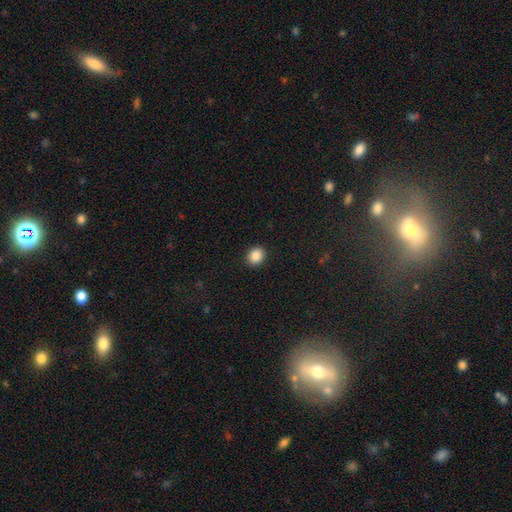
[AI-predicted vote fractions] Smooth or featured? smooth (88%)
How rounded? round (76%)
Merging? none (92%)